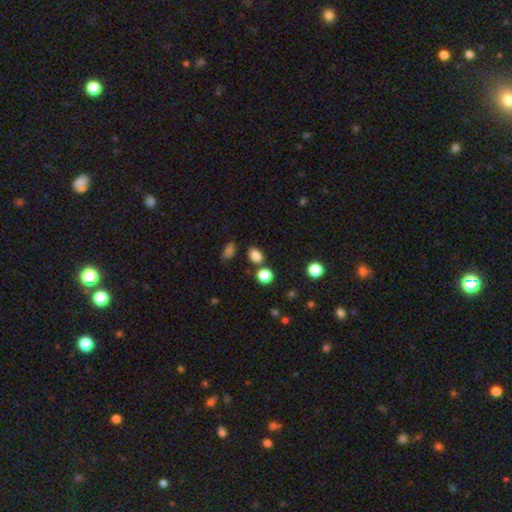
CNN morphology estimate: Smooth or featured: smooth — 82% (star or artifact — 13%)
How rounded: in between — 66% (round — 33%)
Merging: none — 78% (minor disturbance — 10%)